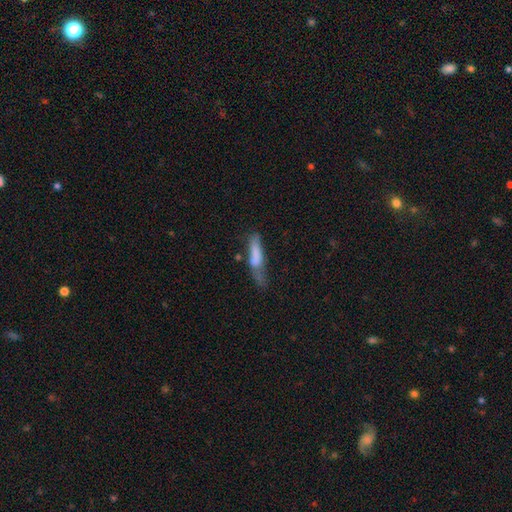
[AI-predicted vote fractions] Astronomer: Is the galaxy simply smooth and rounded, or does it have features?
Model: smooth — 70%.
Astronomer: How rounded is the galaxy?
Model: cigar-shaped — 71%.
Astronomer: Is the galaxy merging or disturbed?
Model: none — 35% (runner-up: minor disturbance, 31%).